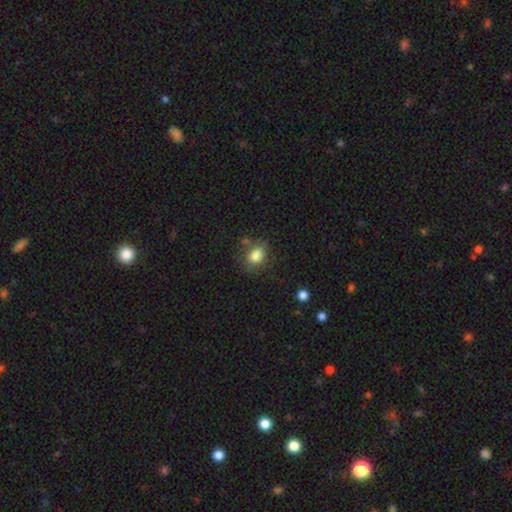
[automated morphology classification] type=smooth (82%); roundness=in between (59%); merging=none (70%).